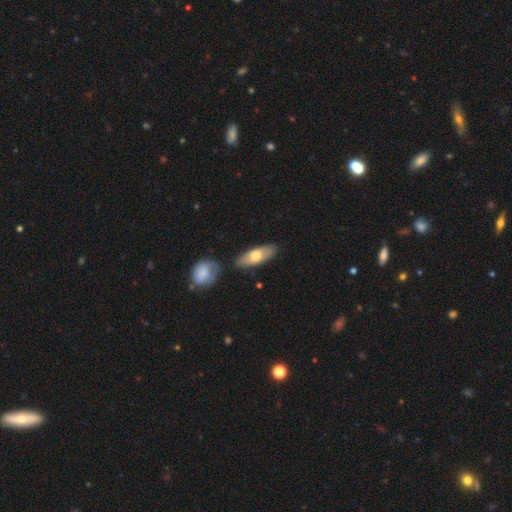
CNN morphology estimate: smooth-or-featured: smooth: 64% | featured or disk: 31% | star or artifact: 5%
  how-rounded: in between: 72% | cigar-shaped: 25% | round: 3%
  merging: none: 81% | minor disturbance: 11% | merger: 6% | major disturbance: 2%